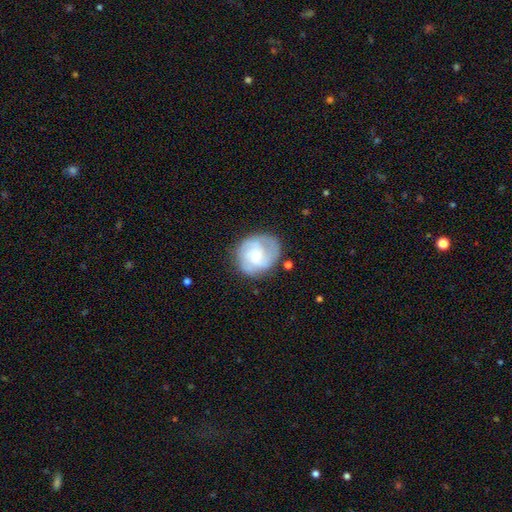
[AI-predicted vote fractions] A featured or disk galaxy (67%) with no bar (65%), 3 (34%) tight (45%) spiral arms (91%) and a small central bulge (47%).

Vote fractions:
- Smooth or featured? featured or disk: 67% / smooth: 26% / star or artifact: 6%
- Edge-on disk? no: 98% / yes: 2%
- Bar? no: 65% / weak: 31% / strong: 5%
- Spiral arms? yes: 91% / no: 9%
- Spiral winding? tight: 45% / medium: 42% / loose: 13%
- Spiral arm count? 3: 34% / 2: 27% / can't tell: 24% / 4: 6% / 1: 5% / more than 4: 4%
- Bulge size? small: 47% / moderate: 36% / large: 8% / none: 8% / dominant: 2%
- Merging? none: 69% / minor disturbance: 19% / major disturbance: 9% / merger: 2%